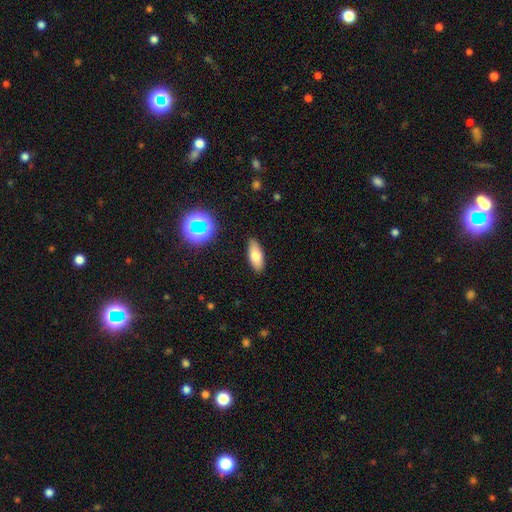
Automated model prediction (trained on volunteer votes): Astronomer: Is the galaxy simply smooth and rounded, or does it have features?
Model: smooth — 74%.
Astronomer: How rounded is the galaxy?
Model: in between — 77%.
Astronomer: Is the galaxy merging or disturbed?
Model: none — 88%.